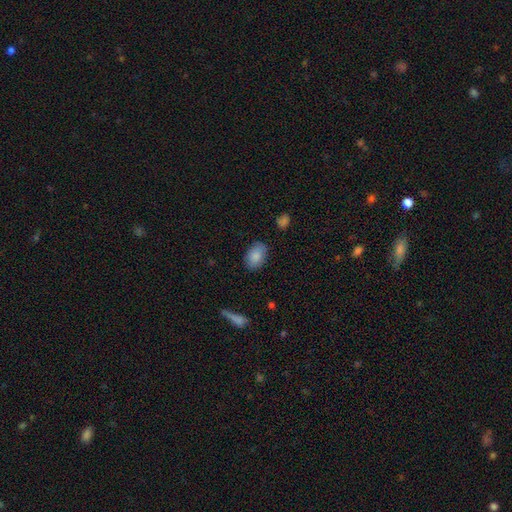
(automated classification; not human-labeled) Smooth or featured: smooth — 85% (featured or disk — 8%)
How rounded: in between — 89% (round — 10%)
Merging: none — 81% (minor disturbance — 14%)